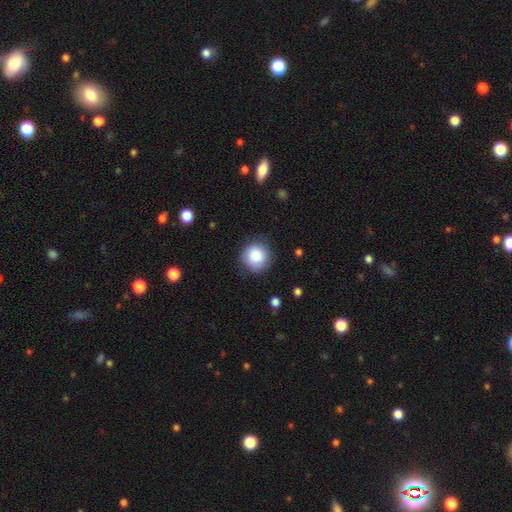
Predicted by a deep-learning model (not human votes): smooth_or_featured: smooth (p=0.86) [alt: star or artifact p=0.08]
how_rounded: round (p=0.91) [alt: in between p=0.08]
merging: none (p=0.82) [alt: minor disturbance p=0.14]